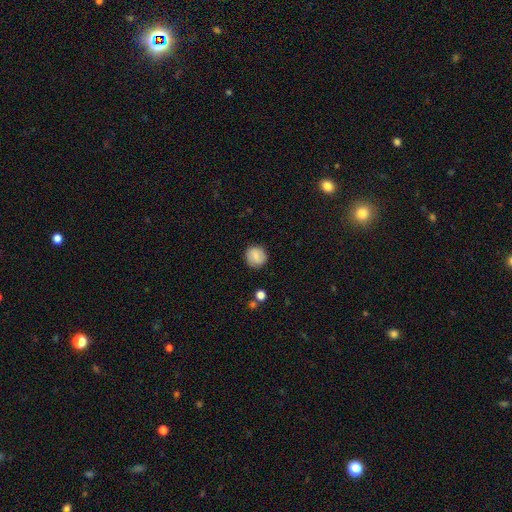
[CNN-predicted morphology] A smooth galaxy with no disk features (76%) that is round (90%).

Vote fractions:
- Smooth or featured? smooth: 76% / featured or disk: 16% / star or artifact: 8%
- How rounded? round: 90% / in between: 9% / cigar-shaped: 1%
- Merging? none: 85% / minor disturbance: 10% / major disturbance: 3% / merger: 2%